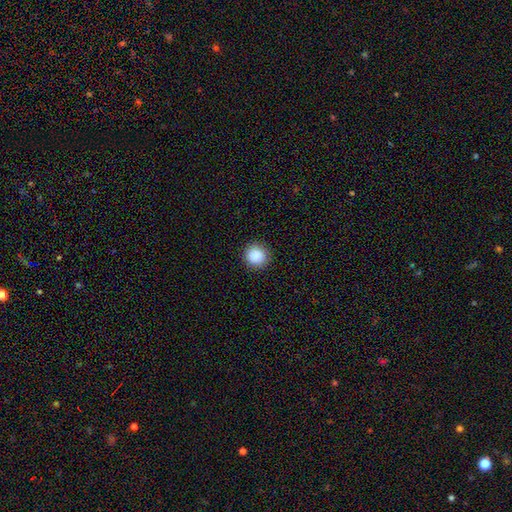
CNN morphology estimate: Overall: smooth (88%). How rounded: round (94%). Merging: none (91%).